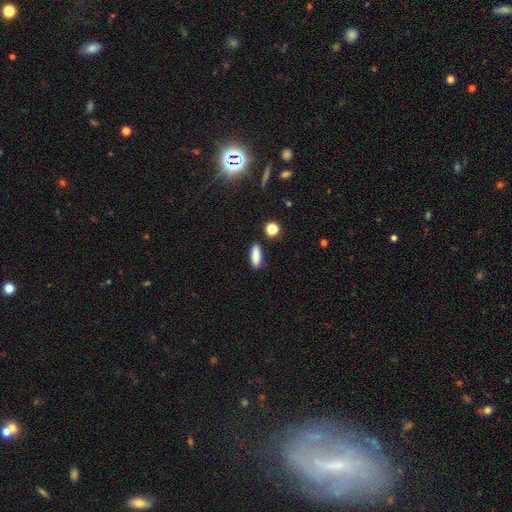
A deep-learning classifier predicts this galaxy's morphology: A smooth galaxy with no disk features (86%) that is in between round and cigar-shaped (59%).

Vote fractions:
- Smooth or featured? smooth: 86% / star or artifact: 8% / featured or disk: 5%
- How rounded? in between: 59% / cigar-shaped: 37% / round: 3%
- Merging? none: 84% / minor disturbance: 10% / merger: 3% / major disturbance: 2%